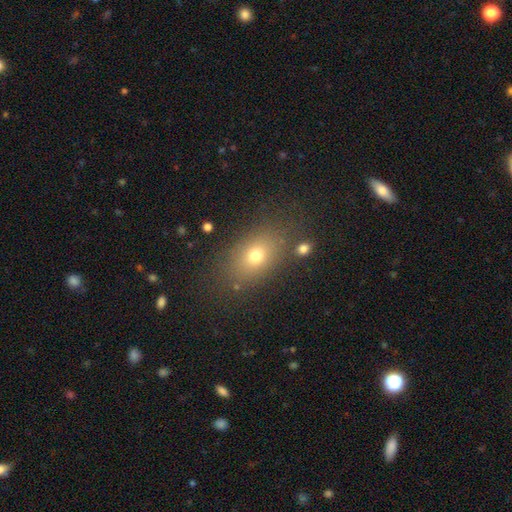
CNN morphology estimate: A smooth galaxy with no disk features (71%) that is in between round and cigar-shaped (76%). Merging: none (80%).